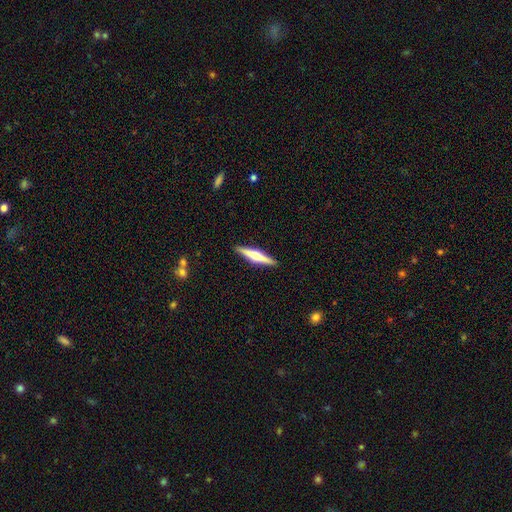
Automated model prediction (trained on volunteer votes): This is likely a featured or disk galaxy (64%). It is clearly viewed edge-on (98%). Edge-on bulge: clearly rounded (86%). Merging: clearly none (92%).